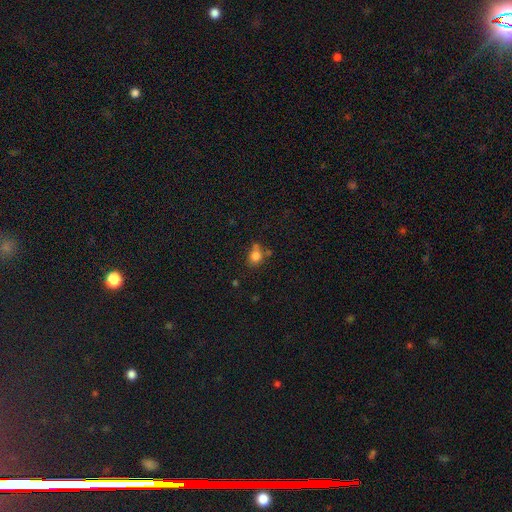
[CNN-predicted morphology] This is likely a smooth galaxy (79%). How rounded: possibly round (57%). Merging: possibly none (55%).